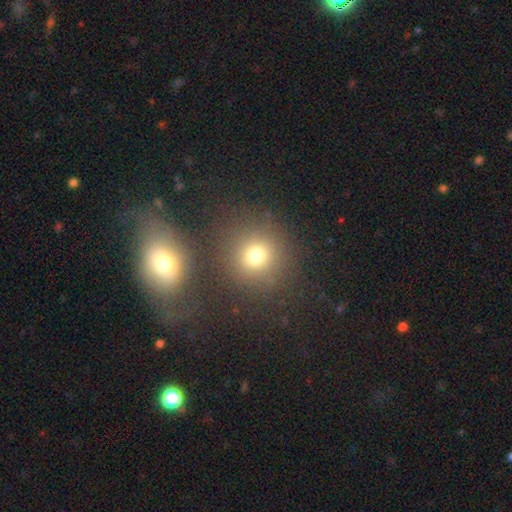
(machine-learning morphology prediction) The model was most divided on "smooth or featured": smooth: 72%, star or artifact: 20%, featured or disk: 8%. More confident: how rounded — round (90%); merging — none (80%).